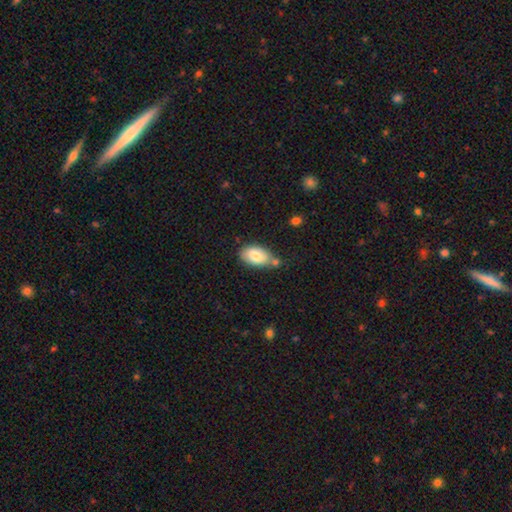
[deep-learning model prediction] A smooth galaxy with no disk features (79%) that is in between round and cigar-shaped (93%).

Vote fractions:
- Smooth or featured? smooth: 79% / featured or disk: 14% / star or artifact: 7%
- How rounded? in between: 93% / round: 6% / cigar-shaped: 2%
- Merging? none: 57% / minor disturbance: 20% / merger: 18% / major disturbance: 5%